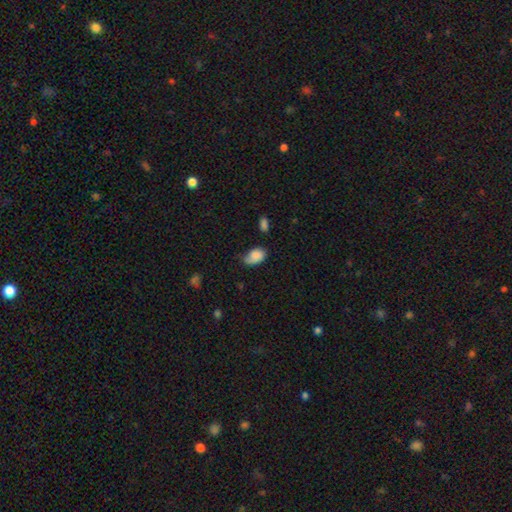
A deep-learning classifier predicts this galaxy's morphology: This is likely a smooth galaxy (79%). How rounded: clearly in between (87%). Merging: marginally none (41%).